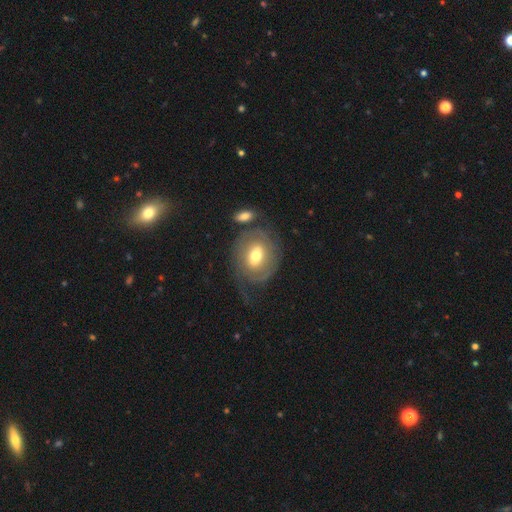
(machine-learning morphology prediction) The model was most divided on "bar": weak: 46%, no: 33%, strong: 21%. More confident: edge-on disk — no (94%); bulge size — moderate (68%); spiral arms — yes (68%); smooth or featured — featured or disk (60%); merging — none (55%).